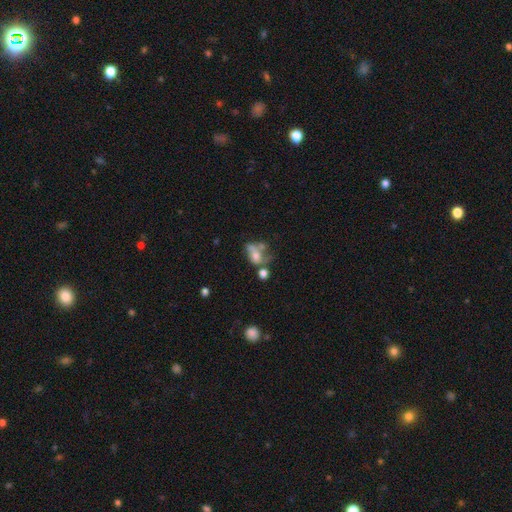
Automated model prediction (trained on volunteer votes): Morphology: type=smooth (49%); merging=merger (36%).